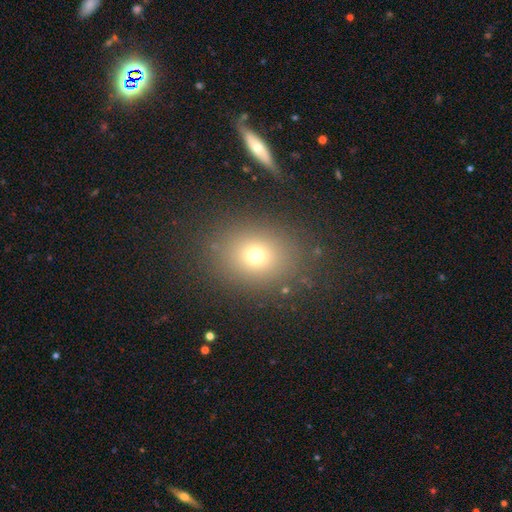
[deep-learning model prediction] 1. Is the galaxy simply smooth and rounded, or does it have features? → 70% smooth, 18% star or artifact, 12% featured or disk.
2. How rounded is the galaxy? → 52% round, 46% in between, 1% cigar-shaped.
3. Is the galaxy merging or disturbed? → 84% none, 9% minor disturbance, 4% major disturbance, 3% merger.